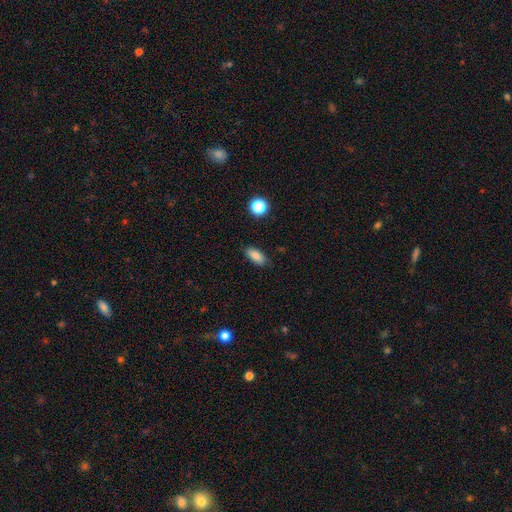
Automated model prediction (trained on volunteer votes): smooth_or_featured: smooth (p=0.85) [alt: star or artifact p=0.09]
how_rounded: in between (p=0.85) [alt: cigar-shaped p=0.11]
merging: none (p=0.83) [alt: minor disturbance p=0.13]